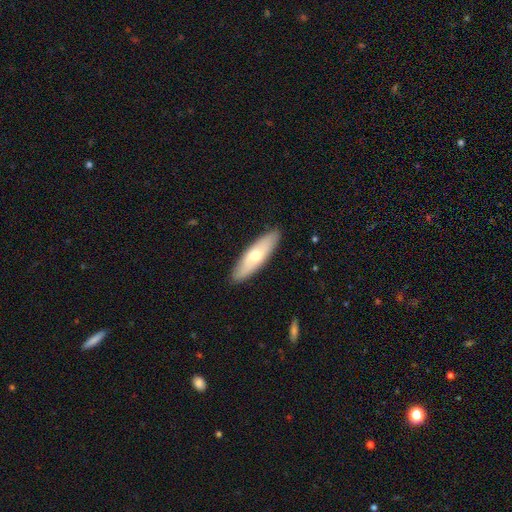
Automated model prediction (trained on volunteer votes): This is possibly a smooth galaxy (54%). How rounded: possibly cigar-shaped (54%). Merging: clearly none (89%).